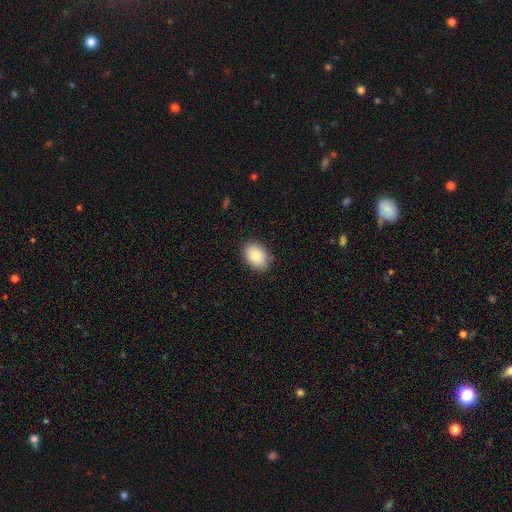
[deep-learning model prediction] A smooth galaxy with no disk features (82%) that is in between round and cigar-shaped (73%).

Vote fractions:
- Smooth or featured? smooth: 82% / featured or disk: 10% / star or artifact: 8%
- How rounded? in between: 73% / round: 26% / cigar-shaped: 1%
- Merging? none: 85% / minor disturbance: 11% / major disturbance: 2% / merger: 1%